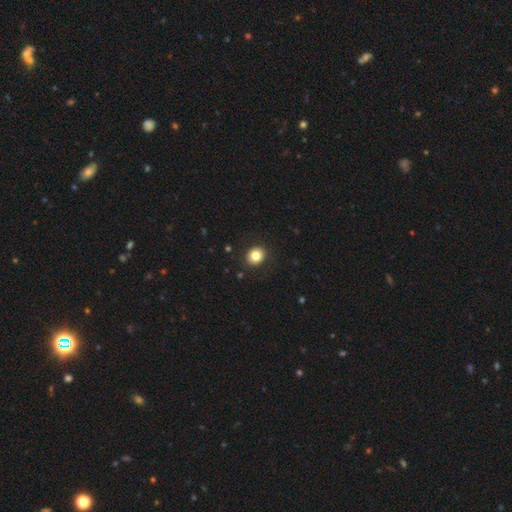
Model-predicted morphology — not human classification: This is clearly a smooth galaxy (83%). How rounded: likely round (75%). Merging: clearly none (90%).